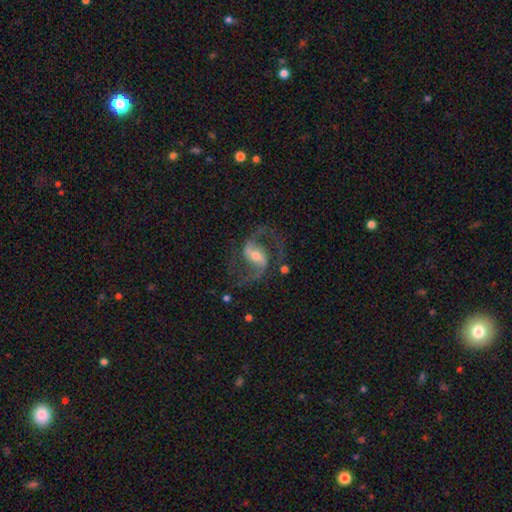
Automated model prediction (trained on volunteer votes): Smooth or featured: featured or disk — 89% (star or artifact — 6%)
Edge-on disk: no — 97% (yes — 3%)
Bar: weak — 43% (strong — 37%)
Spiral arms: yes — 97% (no — 3%)
Spiral winding: medium — 58% (loose — 31%)
Spiral arm count: 2 — 93% (can't tell — 2%)
Bulge size: moderate — 48% (small — 44%)
Merging: none — 76% (minor disturbance — 12%)